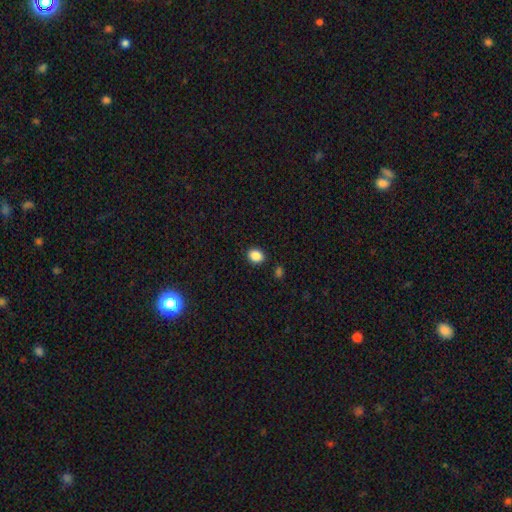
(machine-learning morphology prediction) Q: Smooth or featured?
A: smooth (87%); runner-up: star or artifact (10%)
Q: How rounded?
A: round (54%); runner-up: in between (45%)
Q: Merging?
A: none (89%); runner-up: minor disturbance (7%)